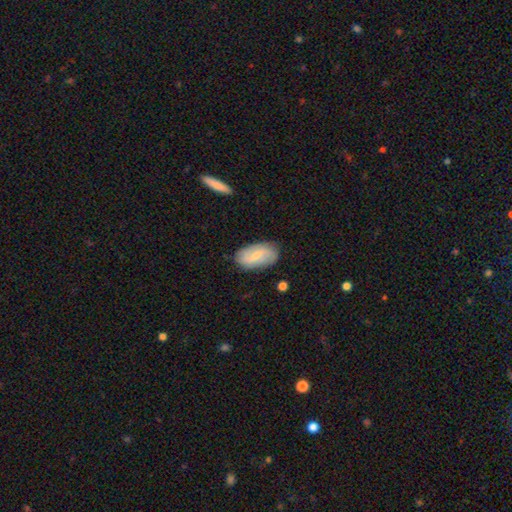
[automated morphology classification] Smooth or featured? smooth (51%)
How rounded? in between (92%)
Merging? none (78%)